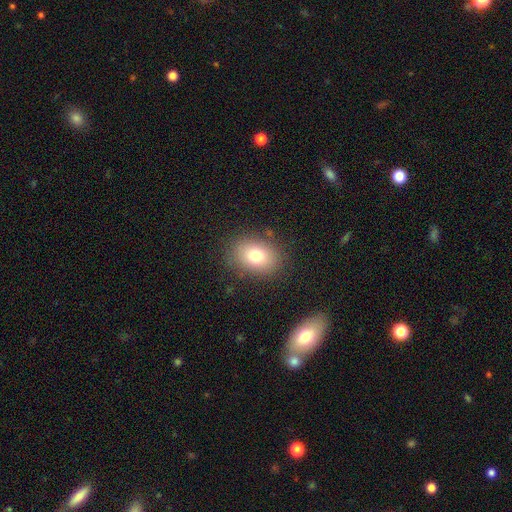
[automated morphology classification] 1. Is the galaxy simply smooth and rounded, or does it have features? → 77% smooth, 12% featured or disk, 11% star or artifact.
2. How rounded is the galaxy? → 66% in between, 33% round, 1% cigar-shaped.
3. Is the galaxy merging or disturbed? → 83% none, 11% minor disturbance, 4% major disturbance, 1% merger.